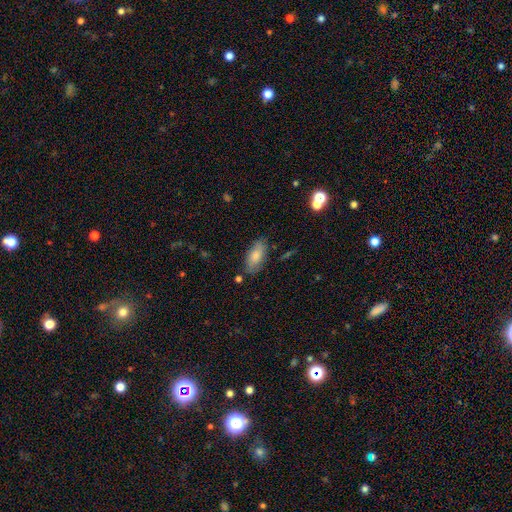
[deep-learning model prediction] Overall: smooth (79%). How rounded: in between (88%). Merging: none (77%).